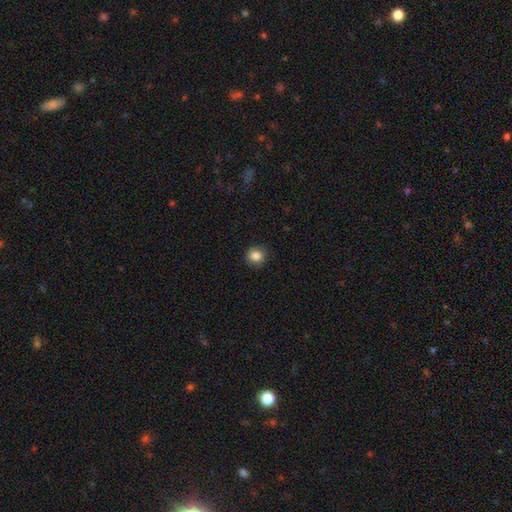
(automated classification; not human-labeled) smooth-or-featured: smooth: 85% | star or artifact: 10% | featured or disk: 5%
  how-rounded: round: 84% | in between: 15% | cigar-shaped: 1%
  merging: none: 87% | minor disturbance: 9% | major disturbance: 2% | merger: 1%